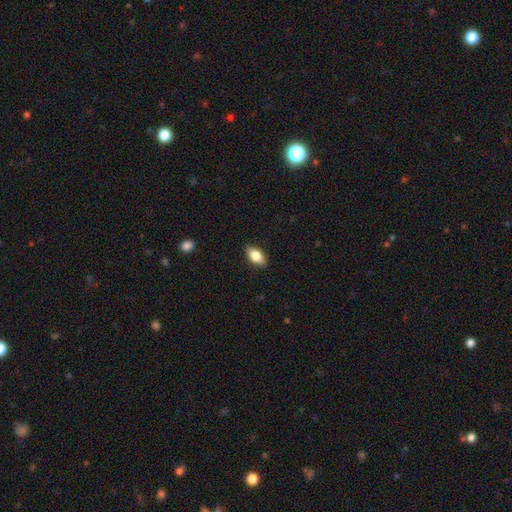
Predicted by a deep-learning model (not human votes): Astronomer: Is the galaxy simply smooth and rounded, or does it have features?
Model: smooth — 77%.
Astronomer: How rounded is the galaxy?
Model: in between — 87%.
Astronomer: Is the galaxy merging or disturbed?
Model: none — 87%.